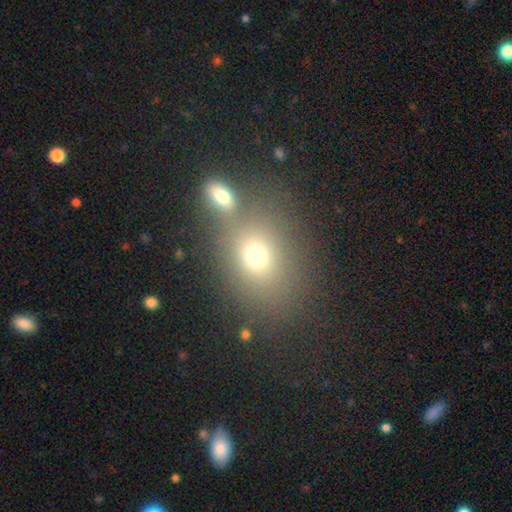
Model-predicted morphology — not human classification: Smooth or featured? smooth (70%)
How rounded? round (51%)
Merging? none (55%)